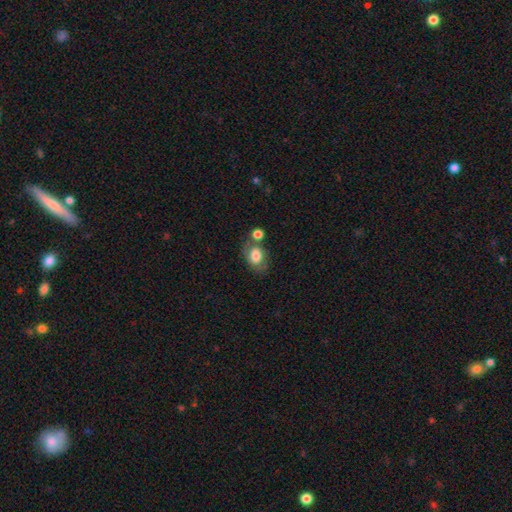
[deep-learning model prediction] Overall: smooth (68%). How rounded: in between (68%; round 30%). Merging: none (49%; merger 26%).